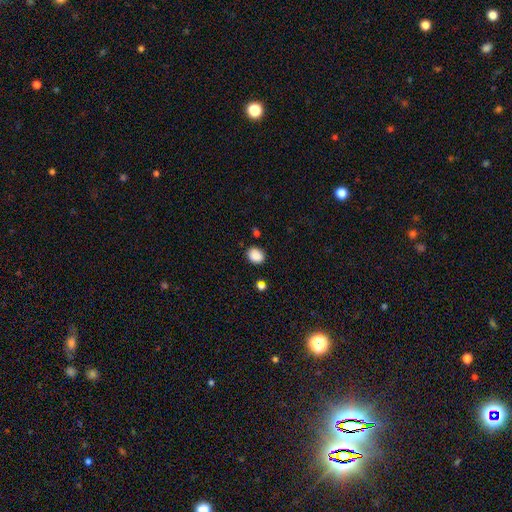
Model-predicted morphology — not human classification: A smooth galaxy with no disk features (88%) that is round (54%). Merging: none (85%).